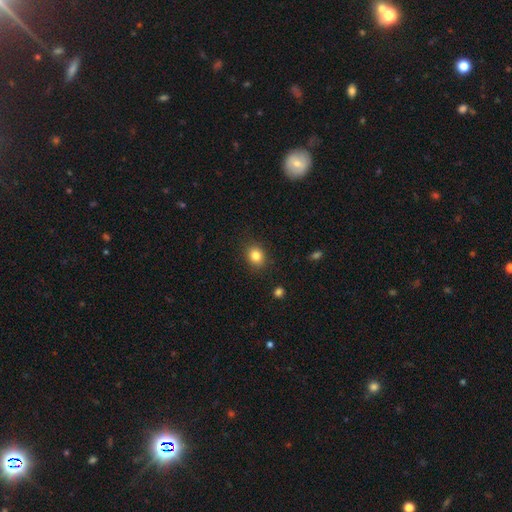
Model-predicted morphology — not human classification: Q: Smooth or featured?
A: smooth (84%); runner-up: star or artifact (10%)
Q: How rounded?
A: round (64%); runner-up: in between (35%)
Q: Merging?
A: none (87%); runner-up: minor disturbance (9%)